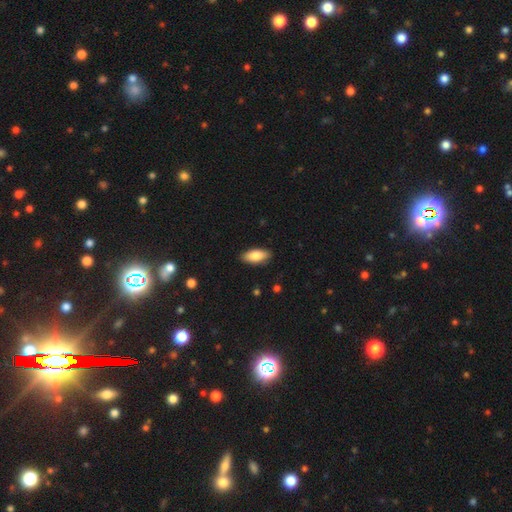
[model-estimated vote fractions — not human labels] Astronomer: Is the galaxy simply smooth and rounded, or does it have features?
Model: smooth — 84%.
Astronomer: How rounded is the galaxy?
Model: in between — 86%.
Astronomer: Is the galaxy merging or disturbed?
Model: none — 88%.